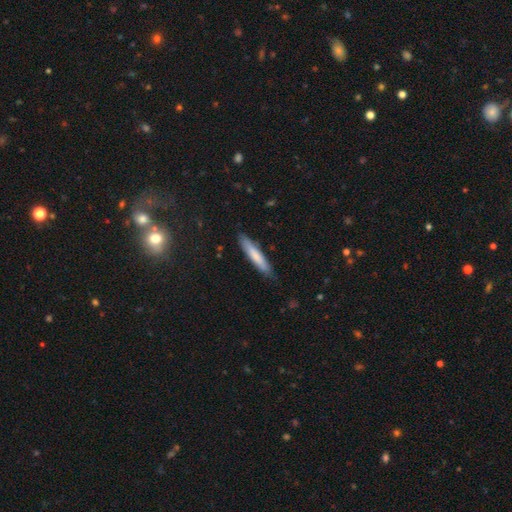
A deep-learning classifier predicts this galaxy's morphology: smooth 74%, featured or disk 21%, star or artifact 6%. Down the decision tree: how rounded — cigar-shaped (89%); merging — none (85%).